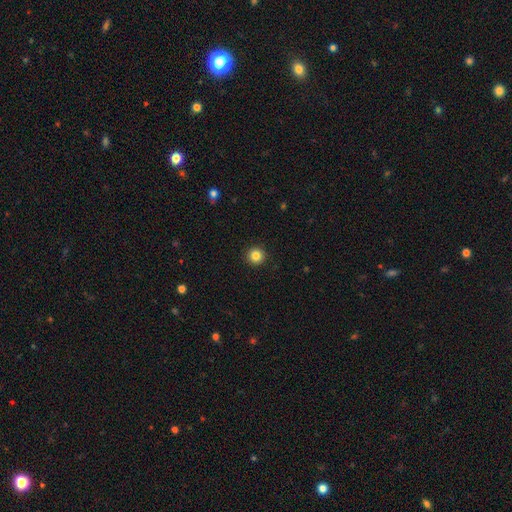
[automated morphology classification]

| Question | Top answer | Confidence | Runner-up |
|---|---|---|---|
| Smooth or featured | smooth | 84% | star or artifact (11%) |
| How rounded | round | 96% | in between (3%) |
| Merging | none | 93% | minor disturbance (4%) |